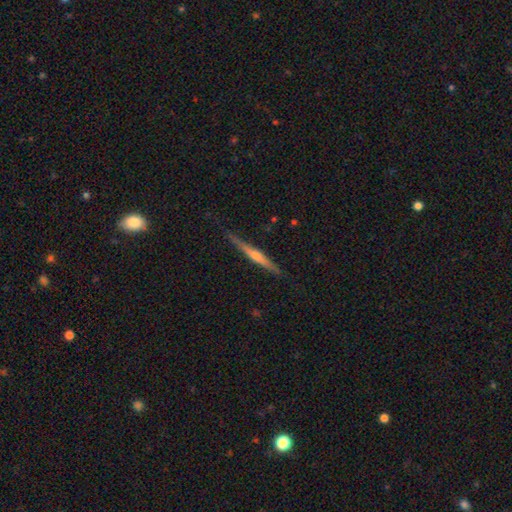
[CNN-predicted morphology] The model was most divided on "edge-on bulge": rounded: 60%, none: 29%, boxy: 11%. More confident: edge-on disk — yes (98%); merging — none (86%); smooth or featured — featured or disk (63%).